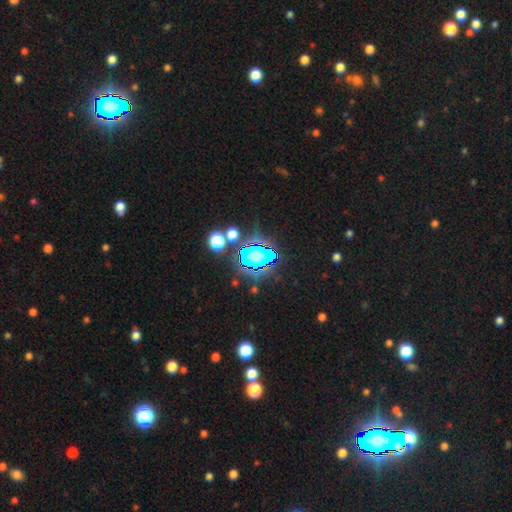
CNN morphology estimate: smooth_or_featured: star or artifact (p=0.53) [alt: smooth p=0.30]